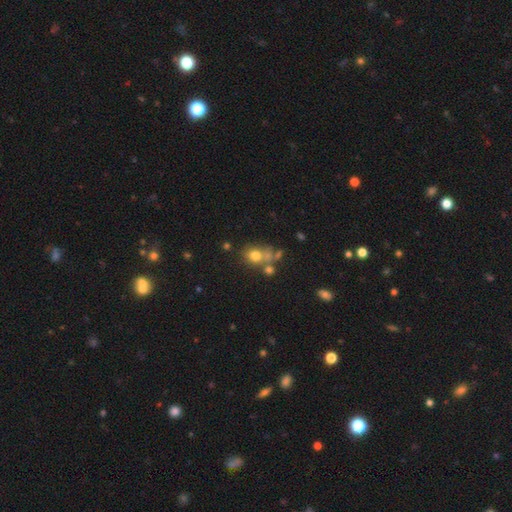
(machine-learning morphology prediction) Overall: smooth (69%). How rounded: round (64%; in between 34%). Merging: none (45%; merger 32%).